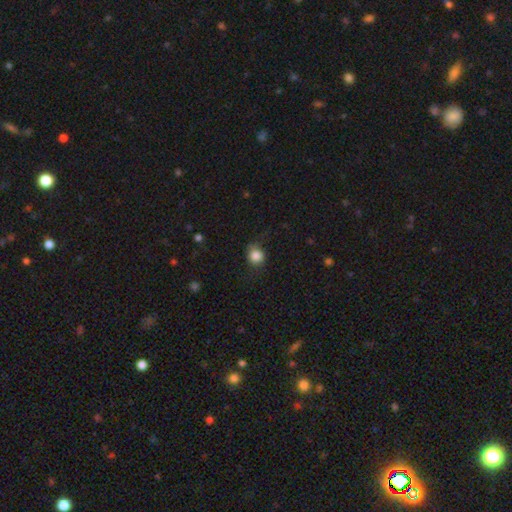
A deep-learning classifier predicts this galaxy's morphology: smooth-or-featured: smooth: 84% | star or artifact: 9% | featured or disk: 6%
  how-rounded: round: 80% | in between: 19% | cigar-shaped: 1%
  merging: none: 66% | minor disturbance: 23% | major disturbance: 9% | merger: 1%